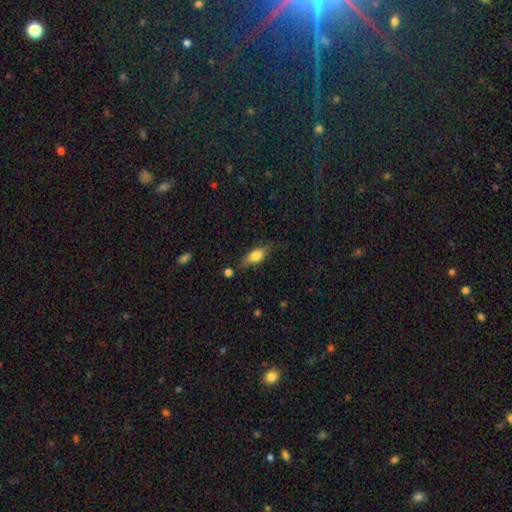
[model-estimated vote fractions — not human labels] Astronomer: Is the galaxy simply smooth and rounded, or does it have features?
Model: smooth — 66%.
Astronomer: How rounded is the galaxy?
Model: in between — 70%.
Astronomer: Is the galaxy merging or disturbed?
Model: none — 70%.